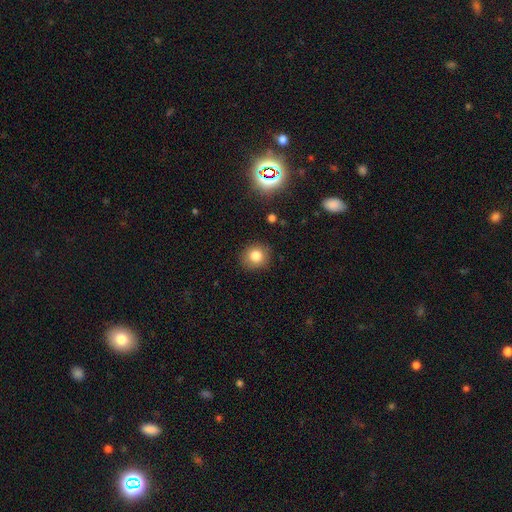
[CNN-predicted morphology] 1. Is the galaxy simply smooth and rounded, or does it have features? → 80% smooth, 12% star or artifact, 8% featured or disk.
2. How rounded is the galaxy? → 84% round, 15% in between, 1% cigar-shaped.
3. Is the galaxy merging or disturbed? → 88% none, 9% minor disturbance, 3% major disturbance, 1% merger.